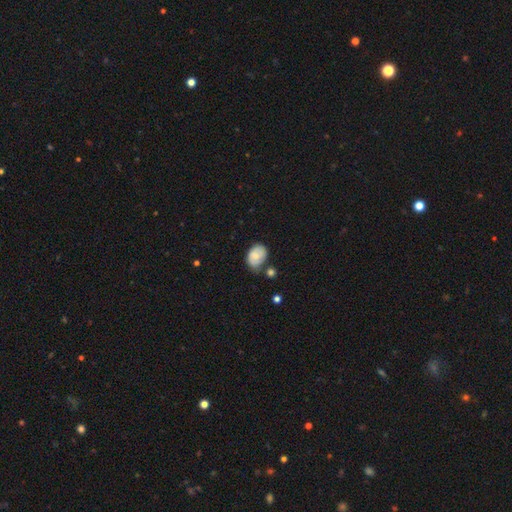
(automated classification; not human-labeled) smooth_or_featured: smooth (p=0.64) [alt: featured or disk p=0.28]
how_rounded: in between (p=0.75) [alt: round p=0.24]
merging: none (p=0.53) [alt: minor disturbance p=0.29]